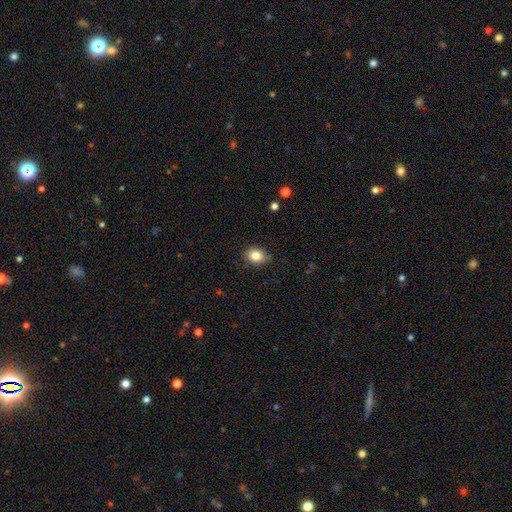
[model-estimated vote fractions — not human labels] A smooth galaxy with no disk features (83%) that is round (54%).

Vote fractions:
- Smooth or featured? smooth: 83% / star or artifact: 10% / featured or disk: 7%
- How rounded? round: 54% / in between: 45% / cigar-shaped: 1%
- Merging? none: 83% / minor disturbance: 14% / major disturbance: 3% / merger: 1%